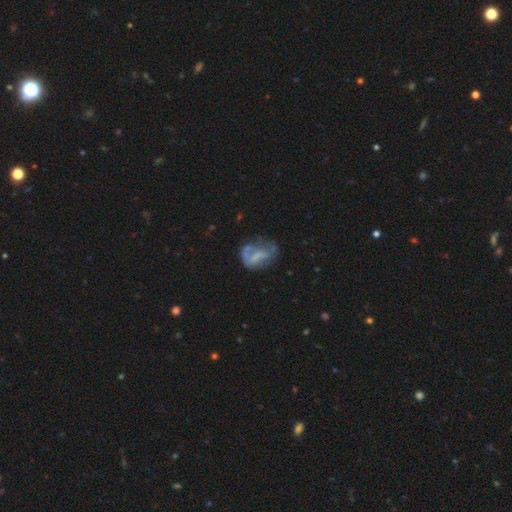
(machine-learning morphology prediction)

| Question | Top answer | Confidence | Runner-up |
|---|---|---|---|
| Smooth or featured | featured or disk | 54% | smooth (35%) |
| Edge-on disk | no | 97% | yes (3%) |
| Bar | no | 60% | weak (27%) |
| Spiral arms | no | 66% | yes (34%) |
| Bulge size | none | 60% | small (19%) |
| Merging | none | 34% | major disturbance (31%) |